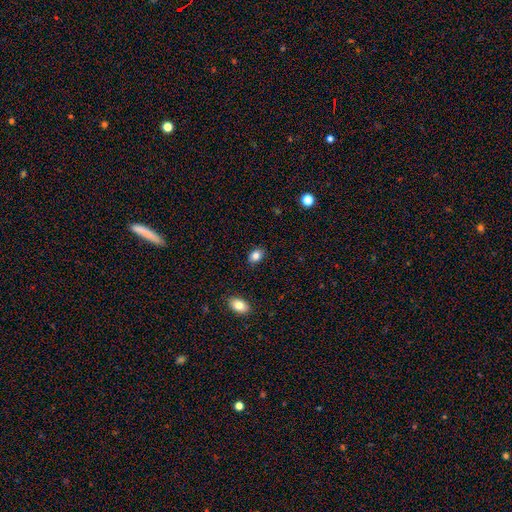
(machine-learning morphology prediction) smooth_or_featured: smooth (p=0.83) [alt: star or artifact p=0.10]
how_rounded: in between (p=0.75) [alt: round p=0.24]
merging: none (p=0.87) [alt: minor disturbance p=0.10]